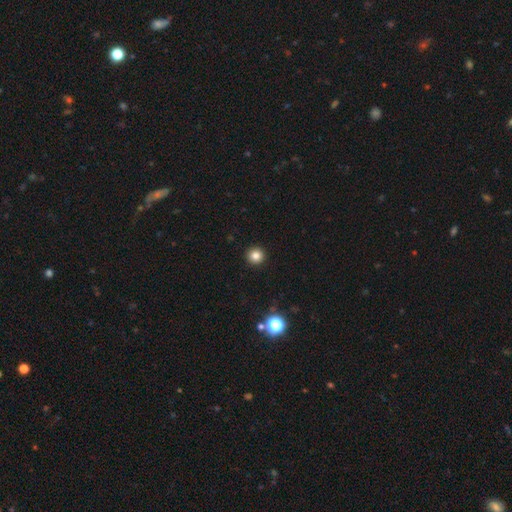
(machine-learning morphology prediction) Q: Smooth or featured?
A: smooth (82%); runner-up: star or artifact (13%)
Q: How rounded?
A: round (95%); runner-up: in between (4%)
Q: Merging?
A: none (94%); runner-up: minor disturbance (4%)